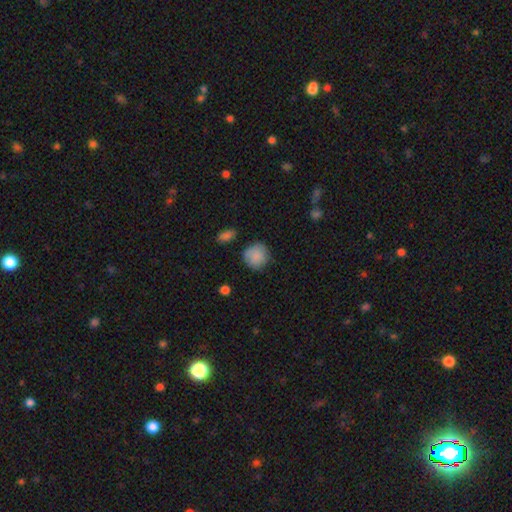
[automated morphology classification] This appears to be a smooth galaxy with no disk features (87%) that is round (89%). Merging: none (78%).